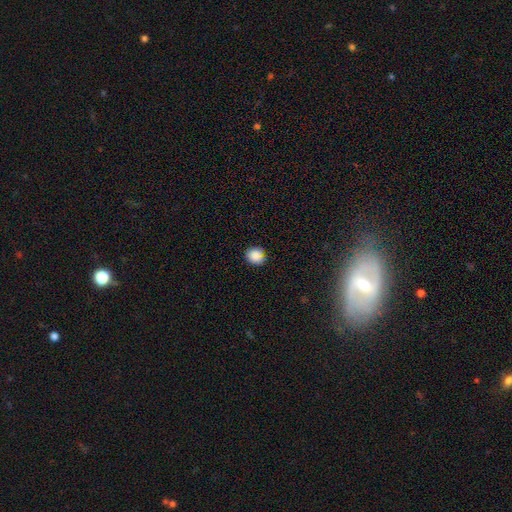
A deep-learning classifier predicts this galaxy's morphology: type=smooth (84%); roundness=round (77%); merging=none (74%).